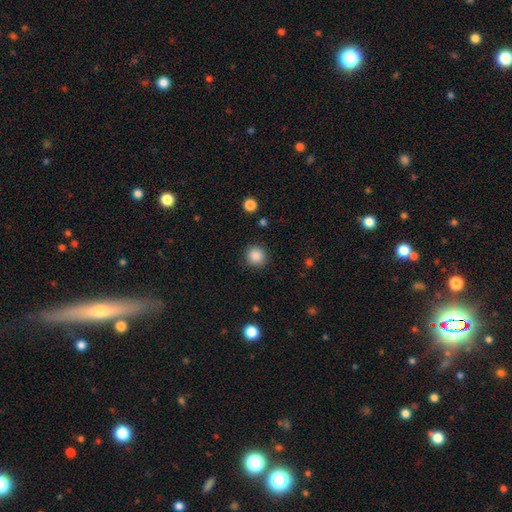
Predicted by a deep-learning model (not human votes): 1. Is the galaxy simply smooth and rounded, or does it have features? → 87% smooth, 10% star or artifact, 3% featured or disk.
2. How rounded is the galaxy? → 93% round, 6% in between, 1% cigar-shaped.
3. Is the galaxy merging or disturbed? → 89% none, 7% minor disturbance, 2% major disturbance, 1% merger.